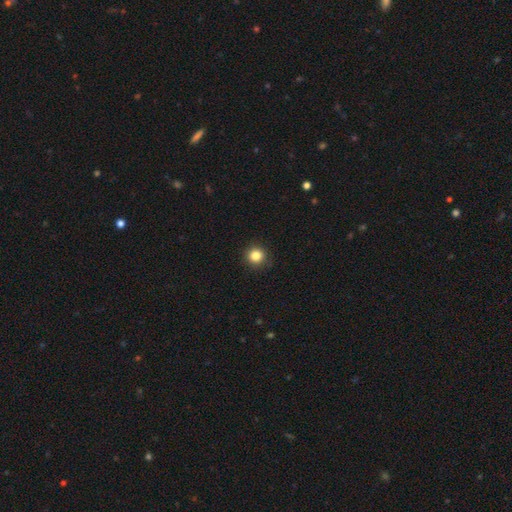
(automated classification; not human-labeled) Smooth or featured? smooth (84%)
How rounded? round (93%)
Merging? none (91%)